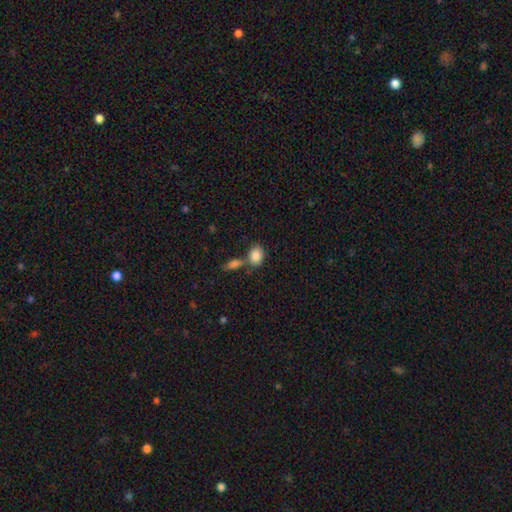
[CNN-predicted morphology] Overall: smooth (86%). How rounded: in between (63%; round 35%). Merging: none (53%; merger 31%).